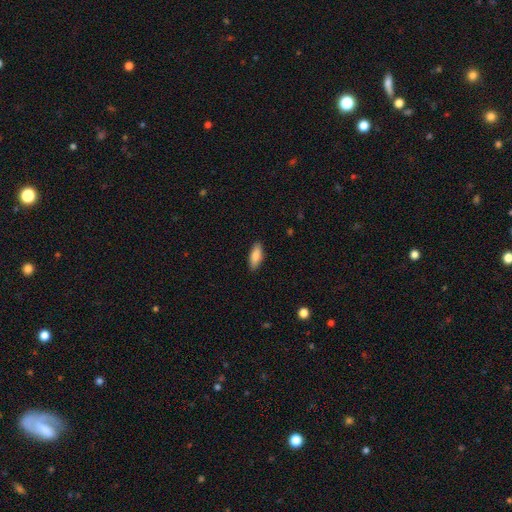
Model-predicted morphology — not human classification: A smooth galaxy with no disk features (85%) that is in between round and cigar-shaped (69%). Merging: none (88%).